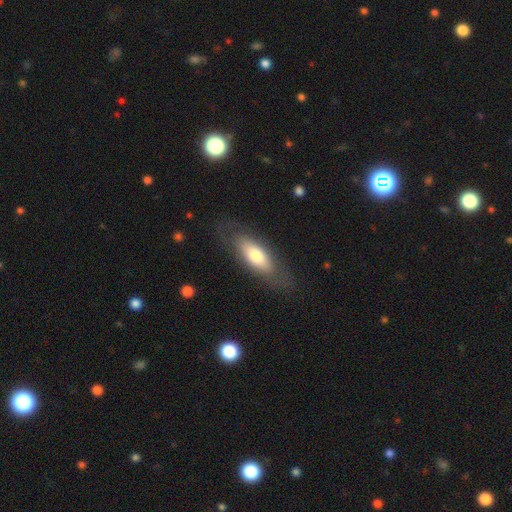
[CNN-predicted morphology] A smooth galaxy with no disk features (61%) that is in between round and cigar-shaped (71%).

Vote fractions:
- Smooth or featured? smooth: 61% / featured or disk: 33% / star or artifact: 6%
- How rounded? in between: 71% / cigar-shaped: 27% / round: 2%
- Merging? none: 76% / minor disturbance: 15% / major disturbance: 7% / merger: 1%